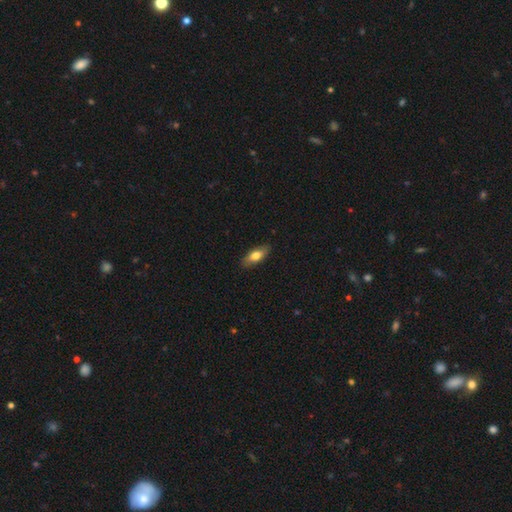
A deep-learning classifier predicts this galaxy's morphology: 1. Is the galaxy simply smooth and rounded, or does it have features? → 71% smooth, 23% featured or disk, 6% star or artifact.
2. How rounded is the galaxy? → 79% in between, 18% cigar-shaped, 3% round.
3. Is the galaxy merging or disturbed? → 87% none, 10% minor disturbance, 2% major disturbance, 1% merger.